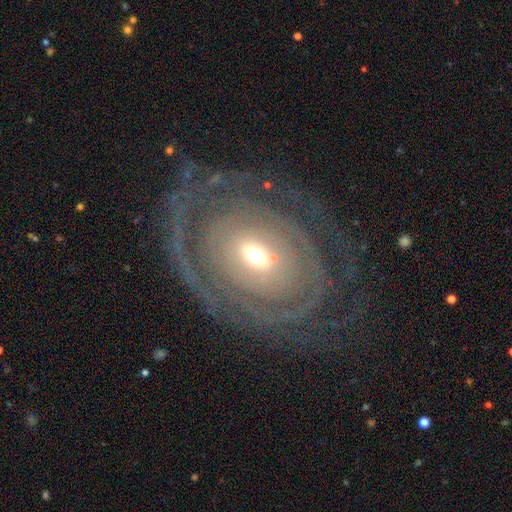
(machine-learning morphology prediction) A featured or disk galaxy (82%) with no bar (56%), tight (67%) spiral arms (83%) and a small central bulge (46%, tied with moderate). Merging: none (65%).